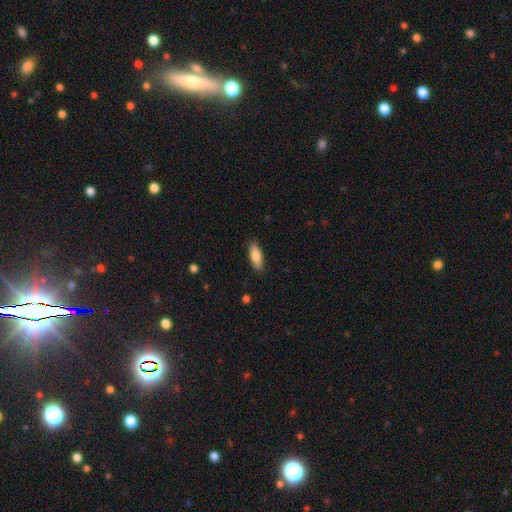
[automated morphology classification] smooth-or-featured: smooth: 83% | featured or disk: 11% | star or artifact: 6%
  how-rounded: in between: 70% | cigar-shaped: 28% | round: 2%
  merging: none: 88% | minor disturbance: 9% | major disturbance: 2% | merger: 1%